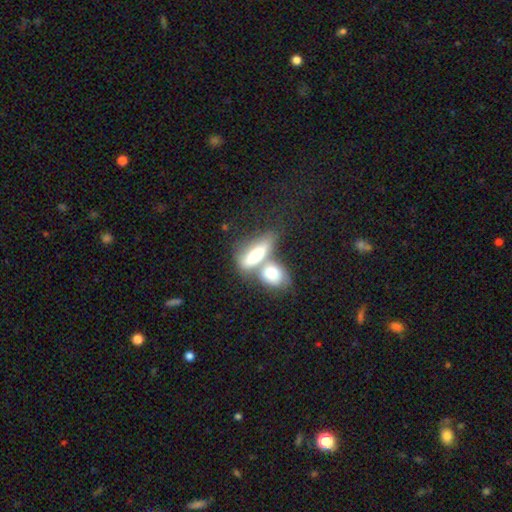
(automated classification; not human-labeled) Overall: smooth (67%). How rounded: in between (70%). Merging: merger (64%).